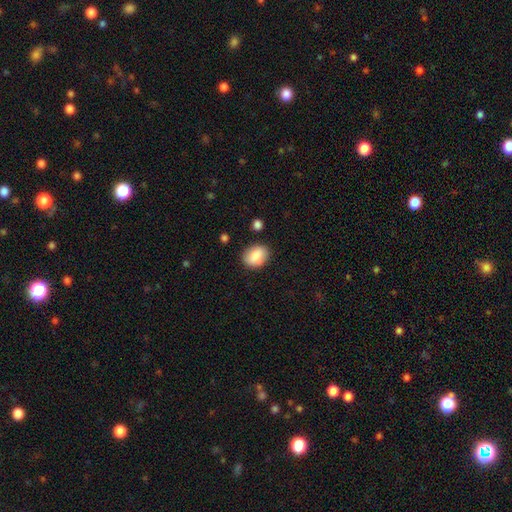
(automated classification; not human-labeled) smooth-or-featured: smooth: 85% | featured or disk: 7% | star or artifact: 7%
  how-rounded: in between: 61% | round: 38% | cigar-shaped: 1%
  merging: none: 83% | minor disturbance: 12% | major disturbance: 3% | merger: 2%